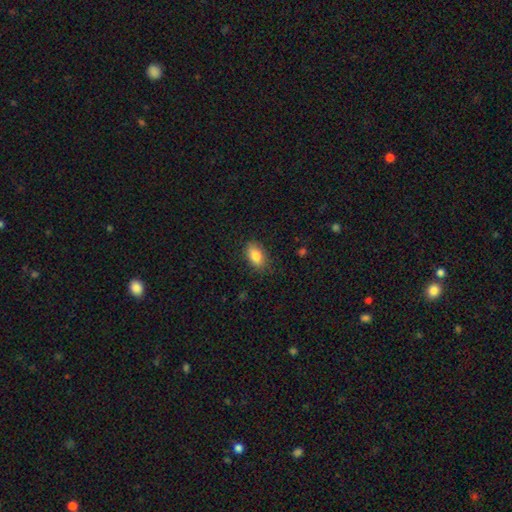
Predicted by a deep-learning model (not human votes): Smooth or featured?
  - smooth: 84% *
  - featured or disk: 8%
  - star or artifact: 8%
How rounded?
  - in between: 89% *
  - round: 7%
  - cigar-shaped: 4%
Merging?
  - none: 83% *
  - minor disturbance: 13%
  - major disturbance: 3%
  - merger: 1%